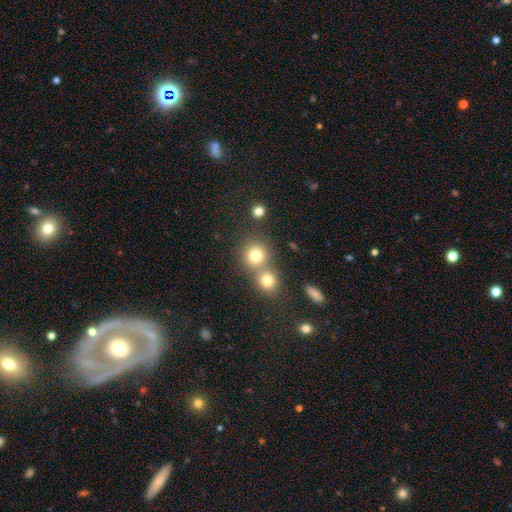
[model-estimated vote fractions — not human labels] Smooth or featured?
  - smooth: 78% *
  - star or artifact: 14%
  - featured or disk: 8%
How rounded?
  - round: 88% *
  - in between: 11%
  - cigar-shaped: 1%
Merging?
  - none: 52% *
  - merger: 38%
  - minor disturbance: 6%
  - major disturbance: 3%